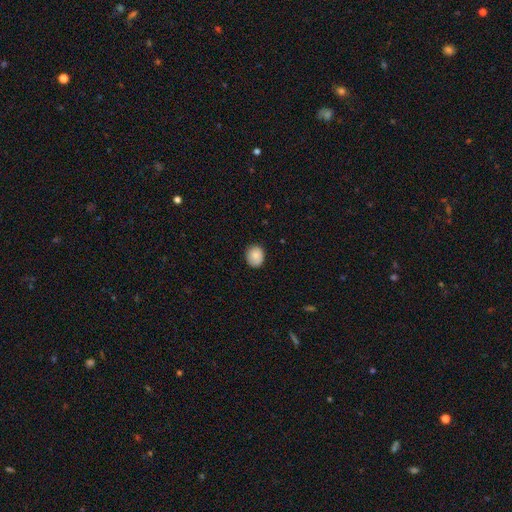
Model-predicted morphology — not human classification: Smooth or featured? Predicted: smooth (p=0.86). How rounded? Predicted: round (p=0.65). Merging? Predicted: none (p=0.86).